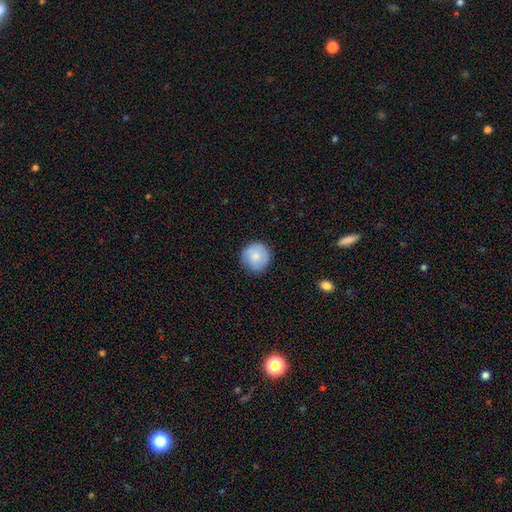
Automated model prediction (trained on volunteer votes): The model was most divided on "smooth or featured": smooth: 77%, featured or disk: 16%, star or artifact: 6%. More confident: how rounded — round (94%); merging — none (83%).